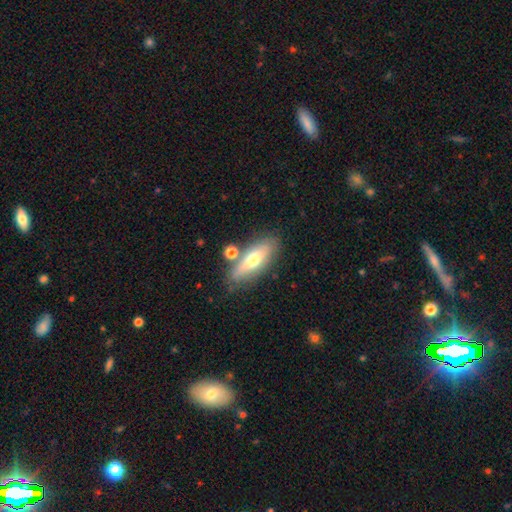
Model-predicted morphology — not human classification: Smooth or featured?
  - smooth: 58% *
  - featured or disk: 34%
  - star or artifact: 7%
How rounded?
  - in between: 62% *
  - cigar-shaped: 35%
  - round: 3%
Merging?
  - none: 72% *
  - minor disturbance: 15%
  - merger: 10%
  - major disturbance: 4%